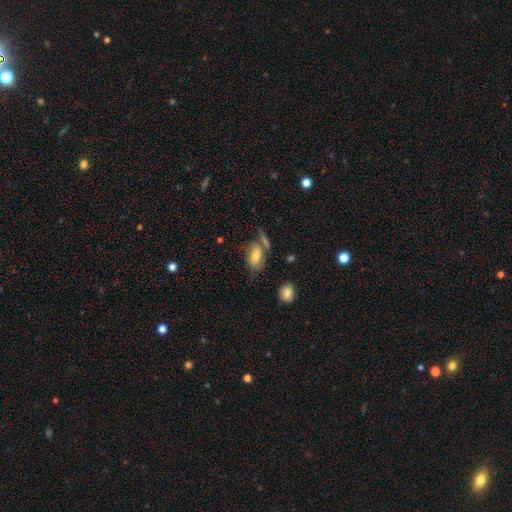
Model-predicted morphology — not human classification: The model was most divided on "merging": none: 48%, minor disturbance: 22%, merger: 17%, major disturbance: 13%. More confident: how rounded — in between (86%); smooth or featured — smooth (65%).